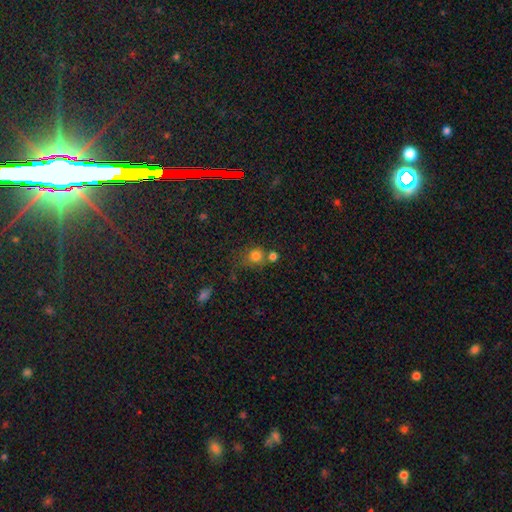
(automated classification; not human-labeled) Q: Smooth or featured?
A: smooth (77%); runner-up: star or artifact (15%)
Q: How rounded?
A: round (81%); runner-up: in between (18%)
Q: Merging?
A: none (53%); runner-up: merger (24%)